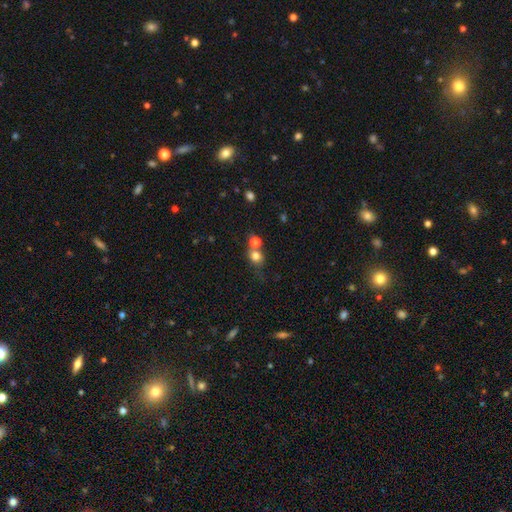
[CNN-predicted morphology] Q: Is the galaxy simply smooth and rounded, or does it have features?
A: smooth — 78%.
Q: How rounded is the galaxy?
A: round — 77%.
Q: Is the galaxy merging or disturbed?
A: none — 45%.